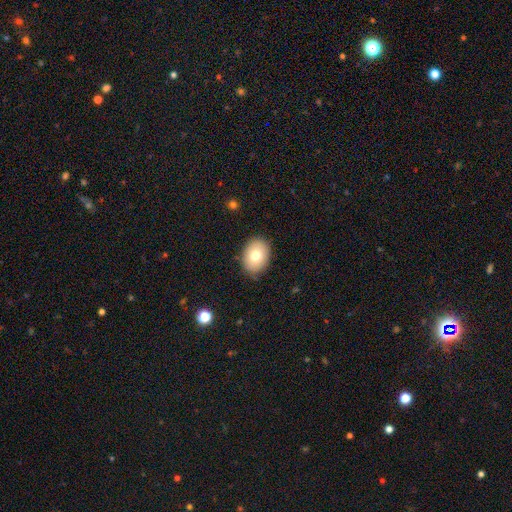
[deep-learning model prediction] Smooth or featured? Predicted: smooth (p=0.76). How rounded? Predicted: in between (p=0.71). Merging? Predicted: none (p=0.86).